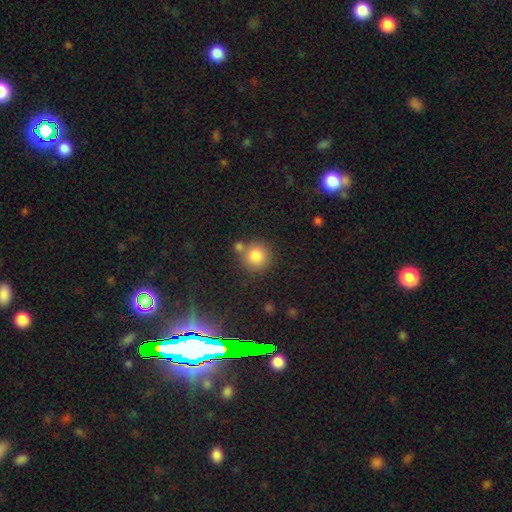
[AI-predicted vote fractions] Smooth or featured?
  - smooth: 83% *
  - star or artifact: 11%
  - featured or disk: 7%
How rounded?
  - round: 92% *
  - in between: 7%
  - cigar-shaped: 1%
Merging?
  - none: 66% *
  - merger: 20%
  - minor disturbance: 10%
  - major disturbance: 4%